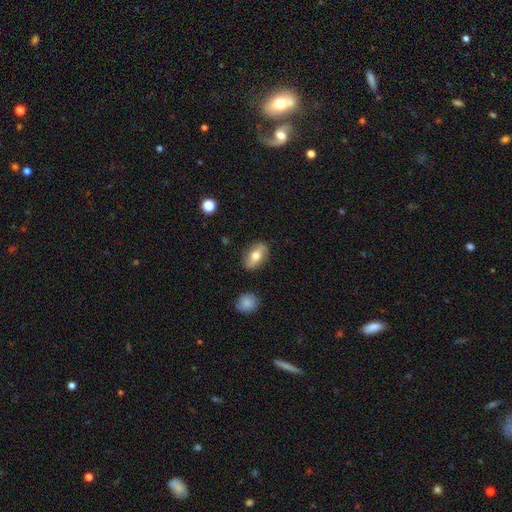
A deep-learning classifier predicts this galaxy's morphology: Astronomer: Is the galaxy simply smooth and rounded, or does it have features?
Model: smooth — 59%.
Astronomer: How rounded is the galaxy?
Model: in between — 84%.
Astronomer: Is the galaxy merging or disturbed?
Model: none — 84%.